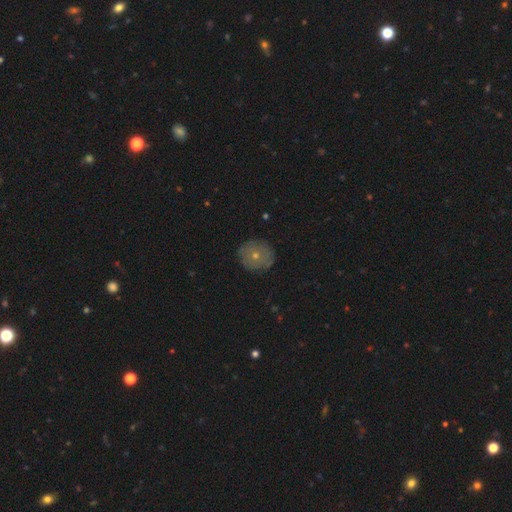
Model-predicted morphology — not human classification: Smooth or featured: smooth — 57% (featured or disk — 32%)
How rounded: round — 86% (in between — 13%)
Merging: none — 84% (minor disturbance — 12%)